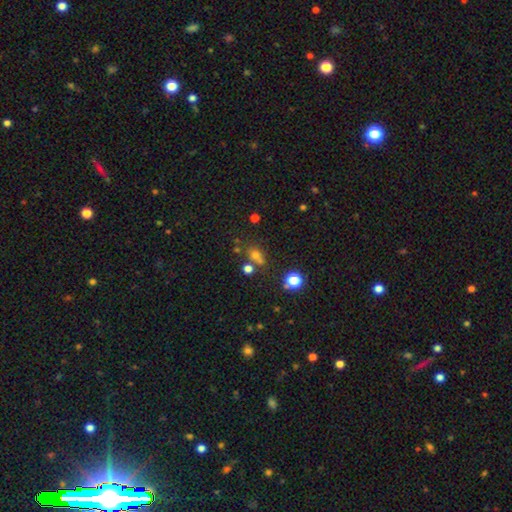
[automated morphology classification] Smooth or featured? Predicted: smooth (p=0.58). How rounded? Predicted: in between (p=0.49). Merging? Predicted: none (p=0.58).